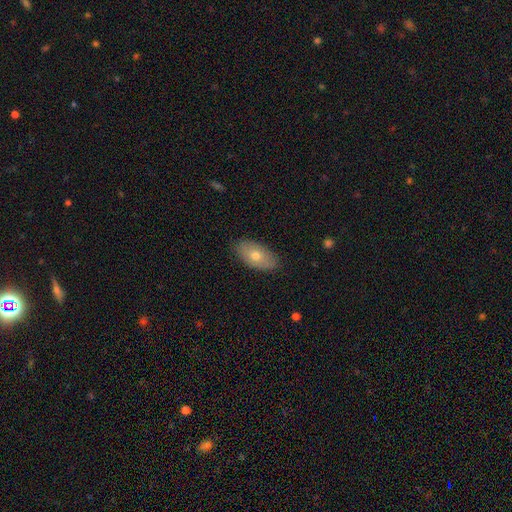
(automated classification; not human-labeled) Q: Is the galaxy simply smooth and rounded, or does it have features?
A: smooth — 66%.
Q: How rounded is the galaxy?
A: in between — 93%.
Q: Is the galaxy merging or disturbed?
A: none — 84%.